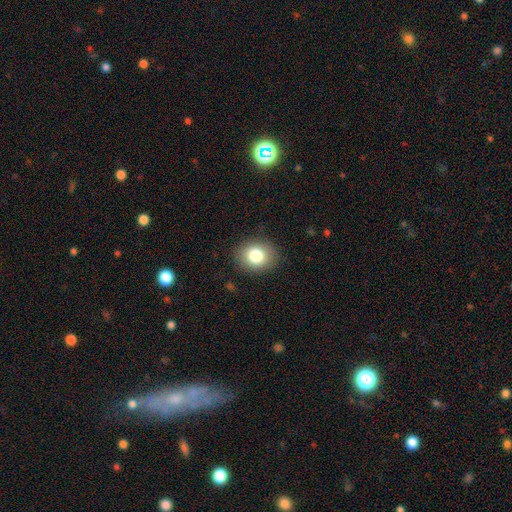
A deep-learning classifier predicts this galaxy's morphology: smooth_or_featured: smooth (p=0.81) [alt: star or artifact p=0.10]
how_rounded: round (p=0.64) [alt: in between p=0.35]
merging: none (p=0.87) [alt: minor disturbance p=0.09]